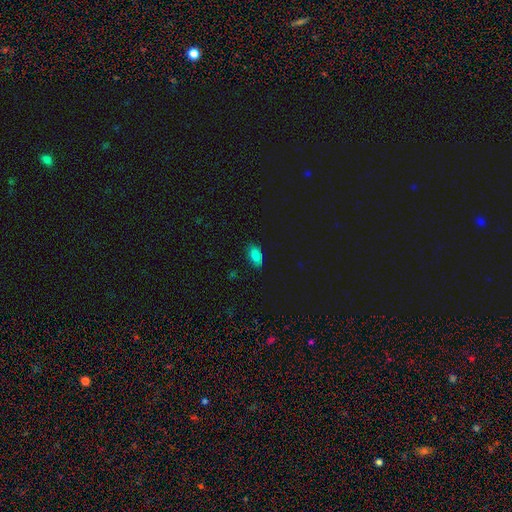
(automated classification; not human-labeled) Smooth or featured? smooth (84%)
How rounded? in between (91%)
Merging? none (79%)